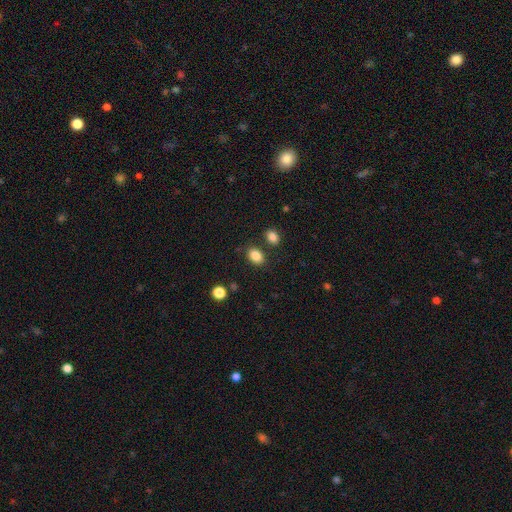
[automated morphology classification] Smooth or featured?
  - smooth: 85% *
  - star or artifact: 10%
  - featured or disk: 5%
How rounded?
  - in between: 76% *
  - round: 23%
  - cigar-shaped: 1%
Merging?
  - none: 78% *
  - minor disturbance: 11%
  - merger: 8%
  - major disturbance: 3%